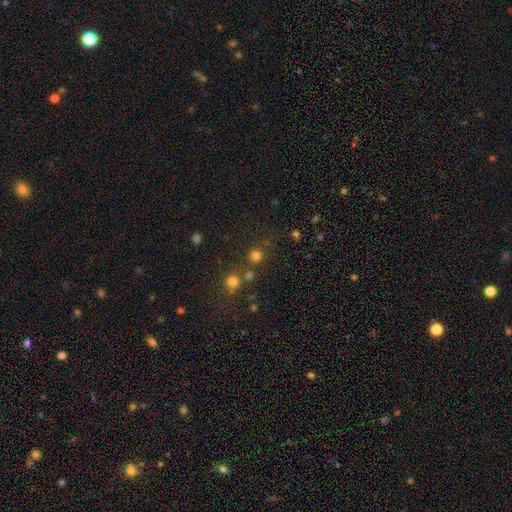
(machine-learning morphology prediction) This is likely a smooth galaxy (73%). How rounded: clearly round (93%). Merging: likely none (77%).